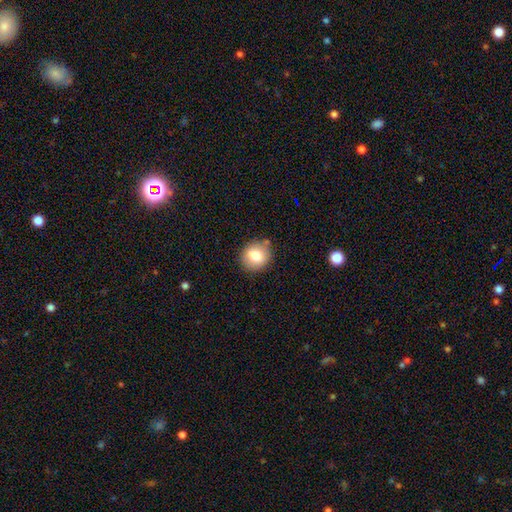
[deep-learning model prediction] A smooth galaxy with no disk features (79%) that is round (80%). Merging: none (82%).